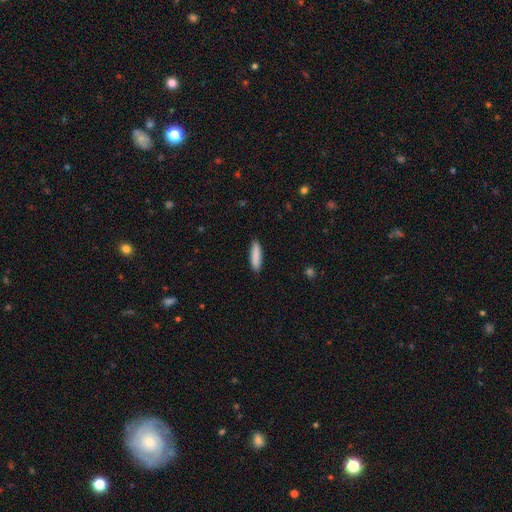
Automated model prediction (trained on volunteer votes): Overall: smooth (88%). How rounded: cigar-shaped (75%). Merging: none (89%).